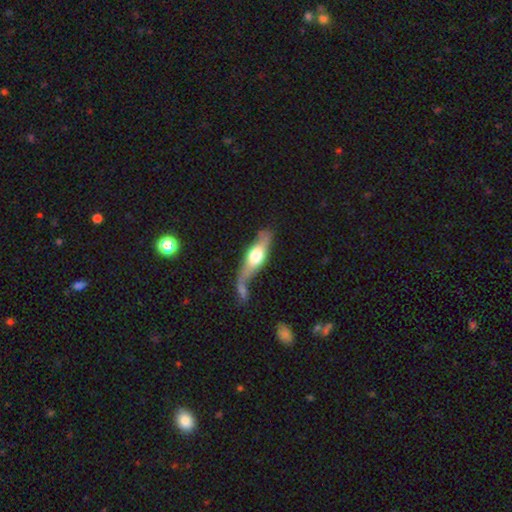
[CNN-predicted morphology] A featured or disk galaxy (49%).

Vote fractions:
- Smooth or featured? featured or disk: 49% / smooth: 45% / star or artifact: 6%
- Merging? none: 36% / merger: 29% / minor disturbance: 20% / major disturbance: 15%